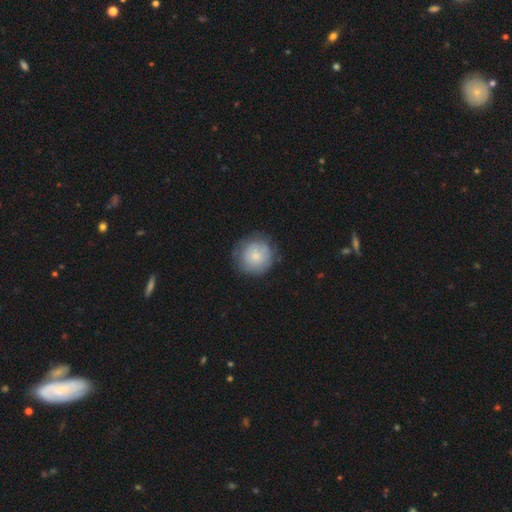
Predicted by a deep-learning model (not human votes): A smooth galaxy with no disk features (69%) that is round (92%). Merging: none (74%).